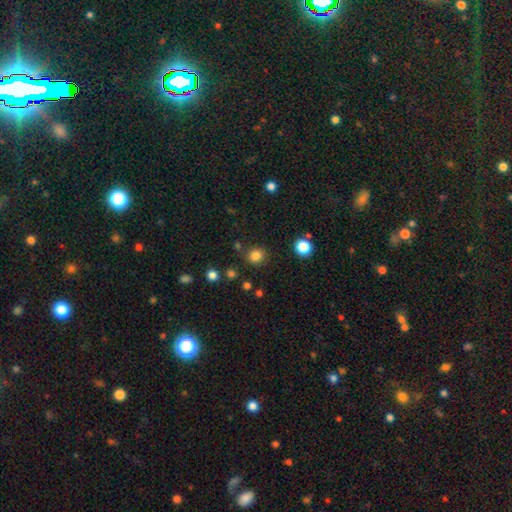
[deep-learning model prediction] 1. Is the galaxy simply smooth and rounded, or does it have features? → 82% smooth, 13% star or artifact, 4% featured or disk.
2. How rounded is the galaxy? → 85% round, 14% in between, 1% cigar-shaped.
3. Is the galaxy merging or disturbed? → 84% none, 9% minor disturbance, 4% merger, 3% major disturbance.